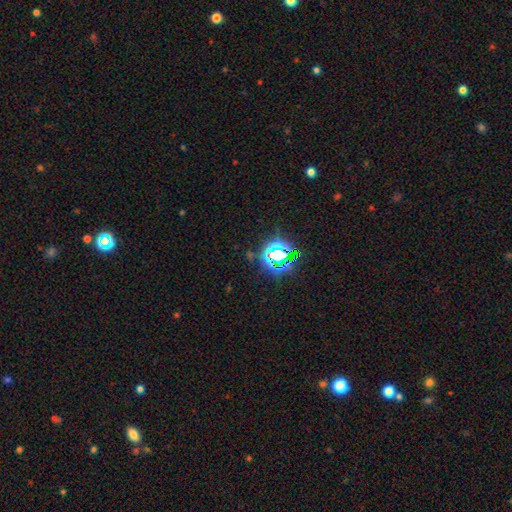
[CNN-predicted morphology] type=star or artifact (80%).